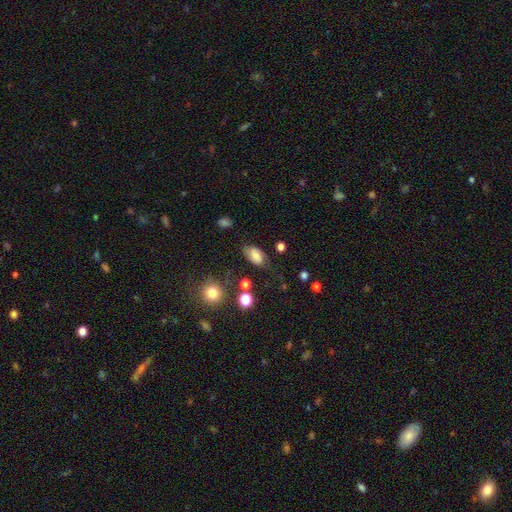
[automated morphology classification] smooth-or-featured: smooth: 75% | featured or disk: 14% | star or artifact: 10%
  how-rounded: in between: 91% | round: 7% | cigar-shaped: 2%
  merging: none: 64% | minor disturbance: 24% | major disturbance: 9% | merger: 3%